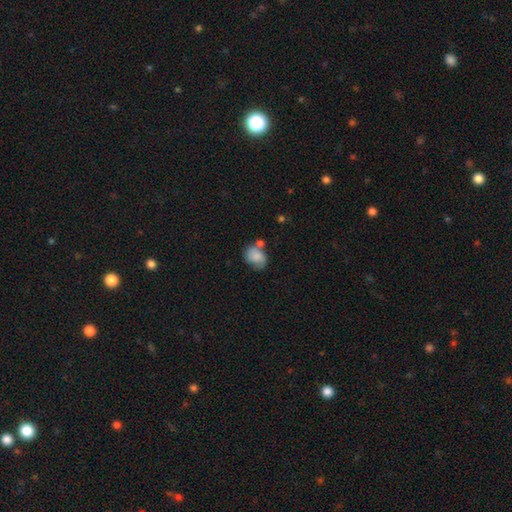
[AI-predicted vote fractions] smooth-or-featured: smooth: 76% | featured or disk: 15% | star or artifact: 9%
  how-rounded: in between: 56% | round: 43% | cigar-shaped: 1%
  merging: none: 40% | minor disturbance: 26% | merger: 22% | major disturbance: 12%